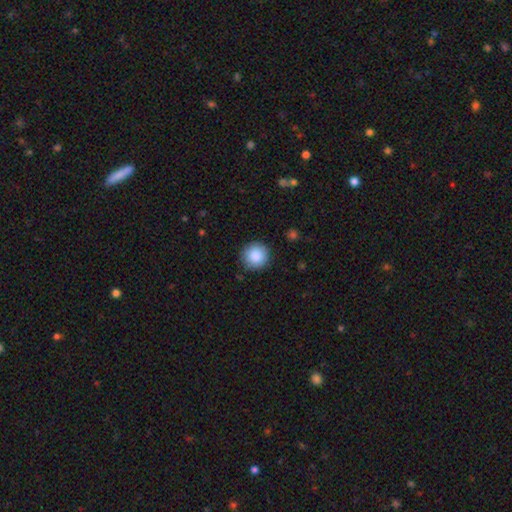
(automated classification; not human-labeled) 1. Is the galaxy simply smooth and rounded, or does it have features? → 88% smooth, 8% star or artifact, 4% featured or disk.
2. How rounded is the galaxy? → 94% round, 5% in between, 1% cigar-shaped.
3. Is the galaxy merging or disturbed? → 89% none, 7% minor disturbance, 2% major disturbance, 1% merger.